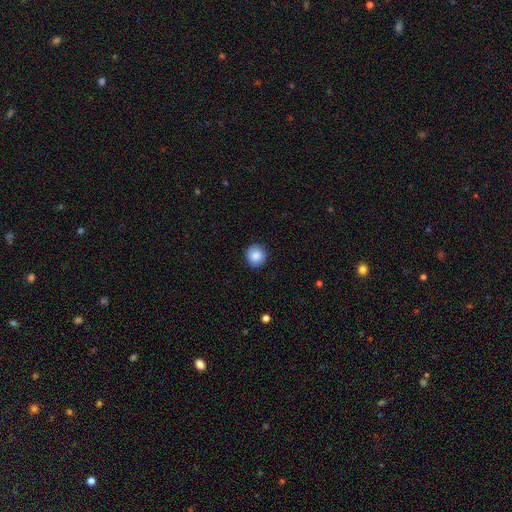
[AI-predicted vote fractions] This appears to be a smooth galaxy with no disk features (86%) that is round (93%). Merging: none (90%).